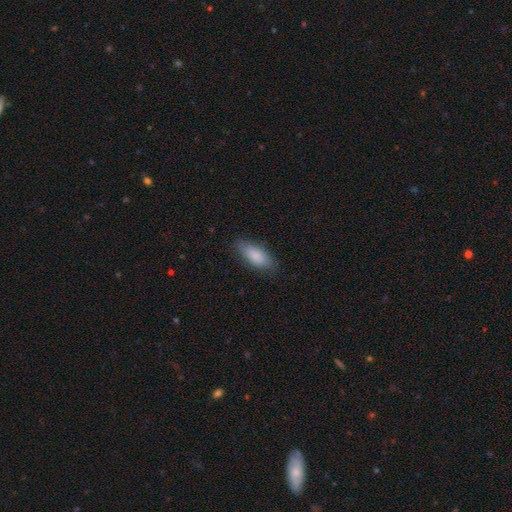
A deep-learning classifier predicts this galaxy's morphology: This is clearly a smooth galaxy (86%). How rounded: likely in between (78%). Merging: clearly none (81%).